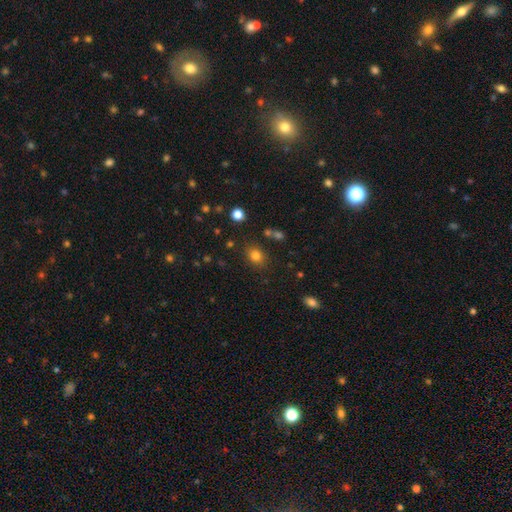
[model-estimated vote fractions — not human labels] A smooth galaxy with no disk features (80%) that is round (54%).

Vote fractions:
- Smooth or featured? smooth: 80% / star or artifact: 14% / featured or disk: 6%
- How rounded? round: 54% / in between: 45% / cigar-shaped: 1%
- Merging? none: 81% / minor disturbance: 11% / merger: 4% / major disturbance: 4%